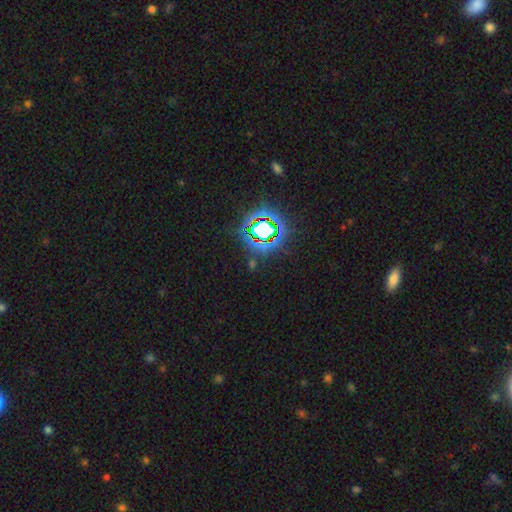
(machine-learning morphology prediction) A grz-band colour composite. It shows a star or artifact, not a galaxy (79%).